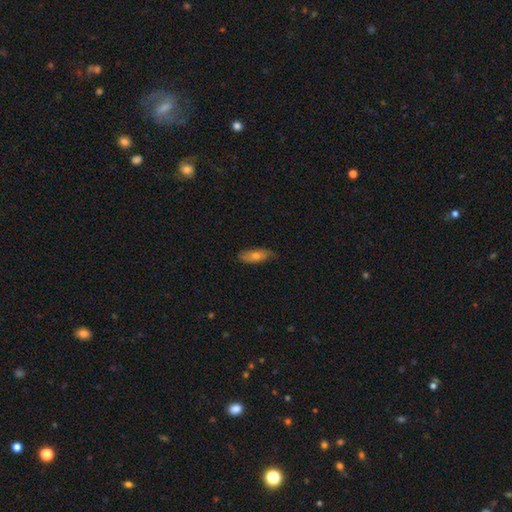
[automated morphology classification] Smooth or featured: smooth — 59% (featured or disk — 33%)
How rounded: in between — 63% (cigar-shaped — 34%)
Merging: none — 81% (minor disturbance — 16%)